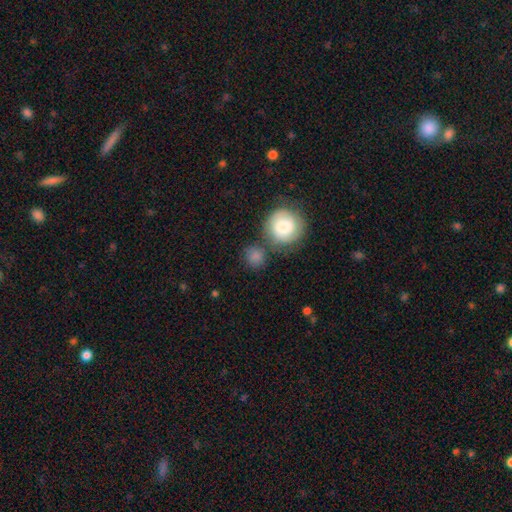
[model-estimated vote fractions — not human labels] Q: Smooth or featured?
A: smooth (83%); runner-up: featured or disk (8%)
Q: How rounded?
A: round (86%); runner-up: in between (13%)
Q: Merging?
A: none (58%); runner-up: merger (23%)